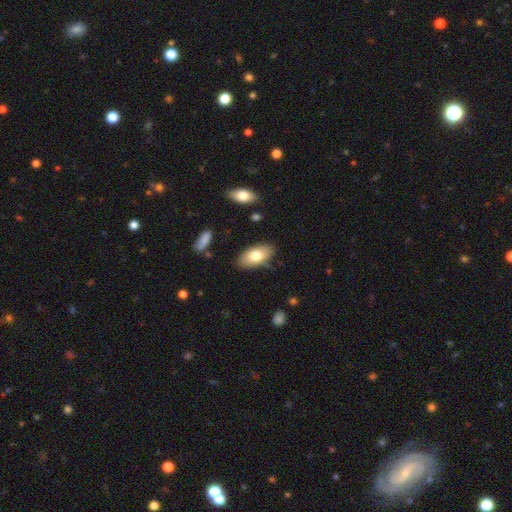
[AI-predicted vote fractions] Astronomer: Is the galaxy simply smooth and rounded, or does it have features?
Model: smooth — 76%.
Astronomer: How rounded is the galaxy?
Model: in between — 92%.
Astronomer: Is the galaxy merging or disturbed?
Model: none — 82%.